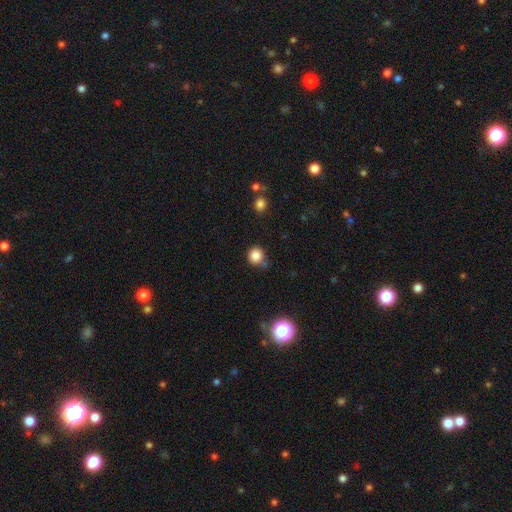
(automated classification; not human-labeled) Smooth or featured? smooth (83%)
How rounded? round (91%)
Merging? none (72%)